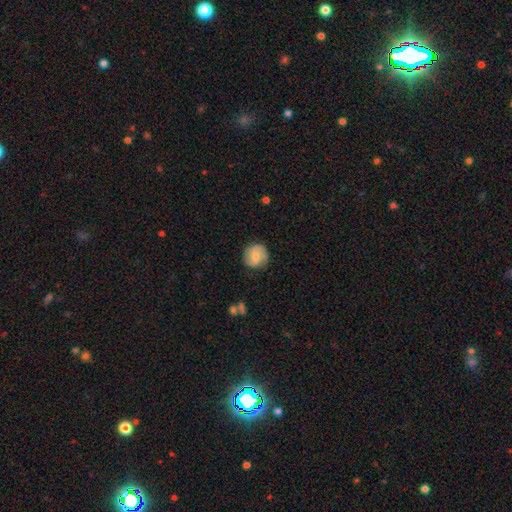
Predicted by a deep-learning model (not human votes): A smooth galaxy with no disk features (58%) that is round (88%). Merging: none (76%).